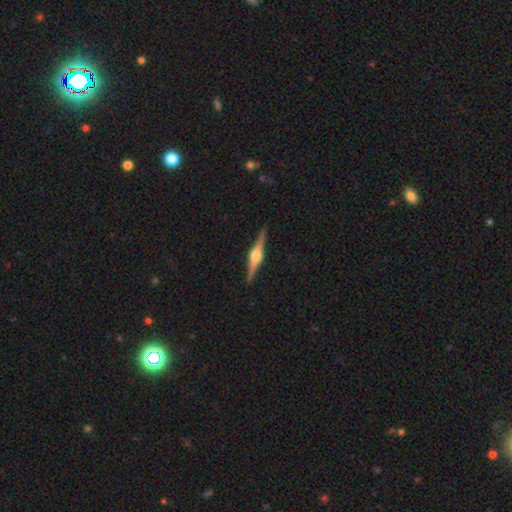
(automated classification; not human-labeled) This appears to be a featured or disk galaxy (85%) viewed edge-on (98%) with a rounded central bulge (90%). Merging: none (91%).